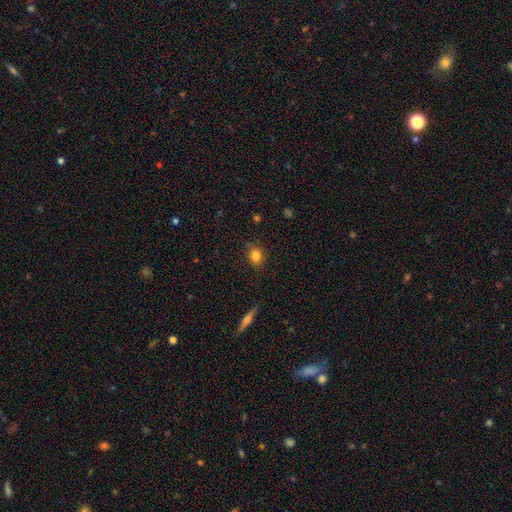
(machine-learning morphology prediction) This appears to be a smooth galaxy with no disk features (82%) that is round (69%). Merging: none (84%).